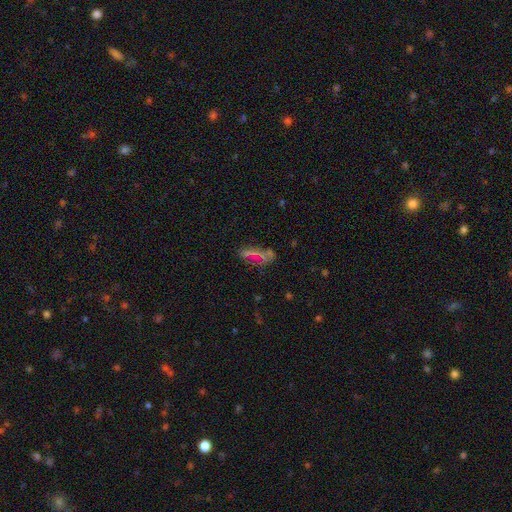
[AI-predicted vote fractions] The model was most divided on "smooth or featured": smooth: 46%, featured or disk: 28%, star or artifact: 26%. More confident: merging — none (51%).